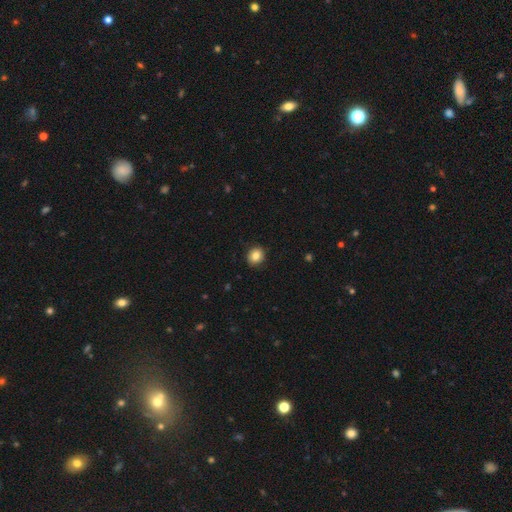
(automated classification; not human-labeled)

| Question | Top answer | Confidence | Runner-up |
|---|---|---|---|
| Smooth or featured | smooth | 84% | star or artifact (9%) |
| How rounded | round | 72% | in between (27%) |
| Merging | none | 89% | minor disturbance (8%) |